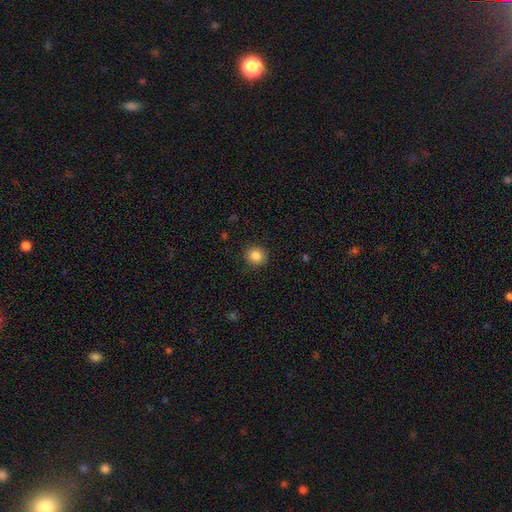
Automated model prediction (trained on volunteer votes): smooth_or_featured: smooth (p=0.86) [alt: star or artifact p=0.10]
how_rounded: round (p=0.86) [alt: in between p=0.13]
merging: none (p=0.90) [alt: minor disturbance p=0.07]